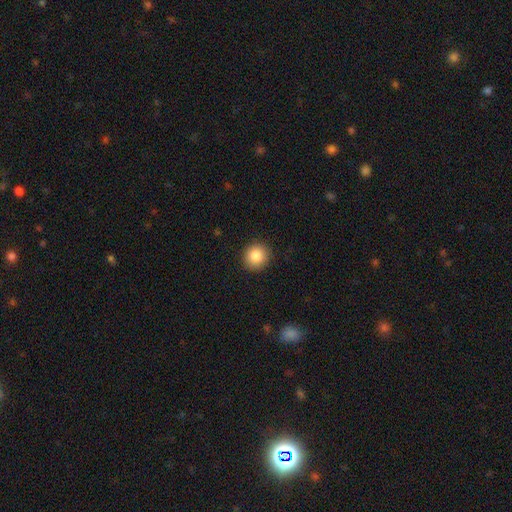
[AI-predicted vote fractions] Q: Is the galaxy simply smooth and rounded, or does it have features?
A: smooth — 86%.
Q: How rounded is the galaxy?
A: round — 89%.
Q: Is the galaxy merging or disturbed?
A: none — 91%.